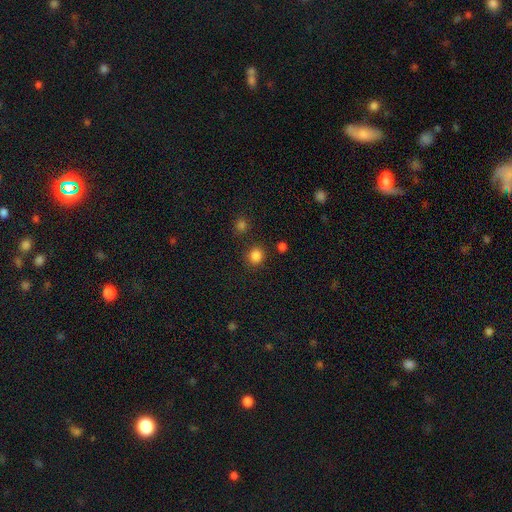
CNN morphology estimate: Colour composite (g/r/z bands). It shows a smooth galaxy with no disk features (85%) that is round (81%). Merging: none (85%).